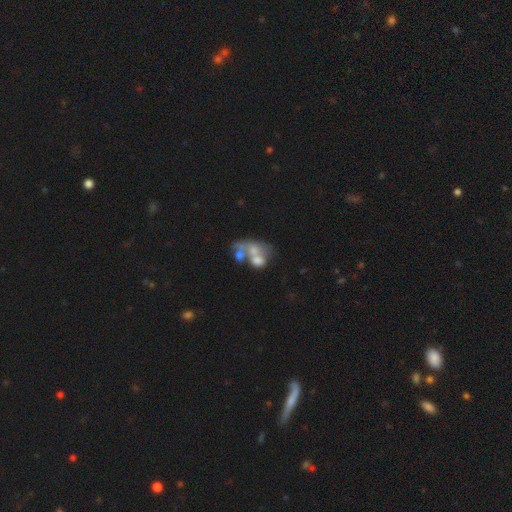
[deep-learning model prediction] Overall: featured or disk (45%; smooth 42%). Merging: merger (58%).